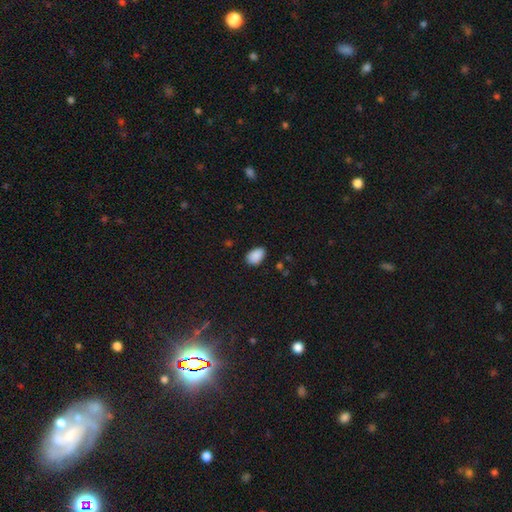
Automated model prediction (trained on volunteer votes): Smooth or featured? smooth (89%)
How rounded? in between (87%)
Merging? none (81%)